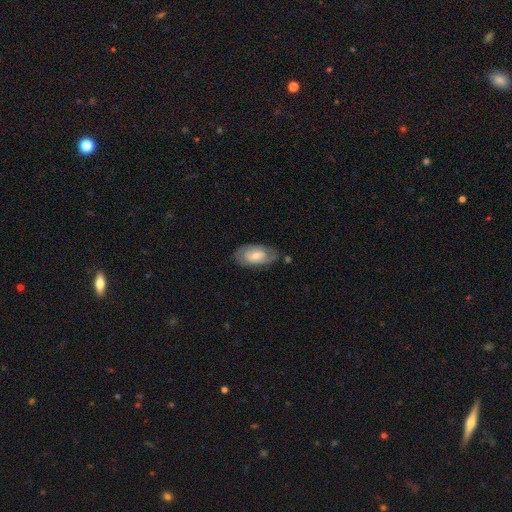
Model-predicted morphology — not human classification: Overall: featured or disk (49%; smooth 45%). Merging: none (72%).